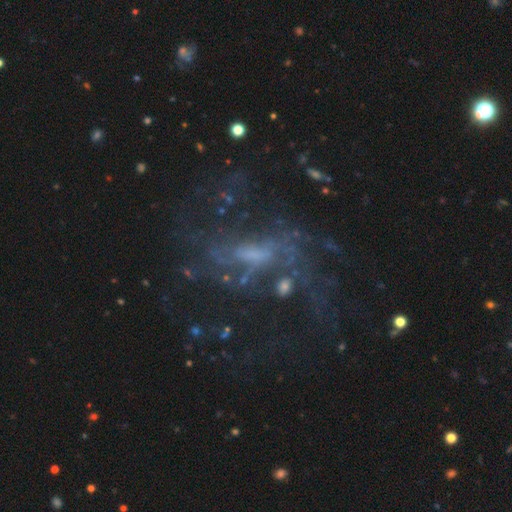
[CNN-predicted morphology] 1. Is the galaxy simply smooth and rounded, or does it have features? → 73% featured or disk, 17% star or artifact, 10% smooth.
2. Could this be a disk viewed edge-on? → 93% no, 7% yes.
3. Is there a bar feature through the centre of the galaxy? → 44% weak, 38% no, 18% strong.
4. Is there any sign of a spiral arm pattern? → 71% yes, 29% no.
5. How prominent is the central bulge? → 44% small, 28% moderate, 23% none, 4% large, 1% dominant.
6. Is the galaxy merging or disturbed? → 48% none, 32% major disturbance, 15% minor disturbance, 6% merger.